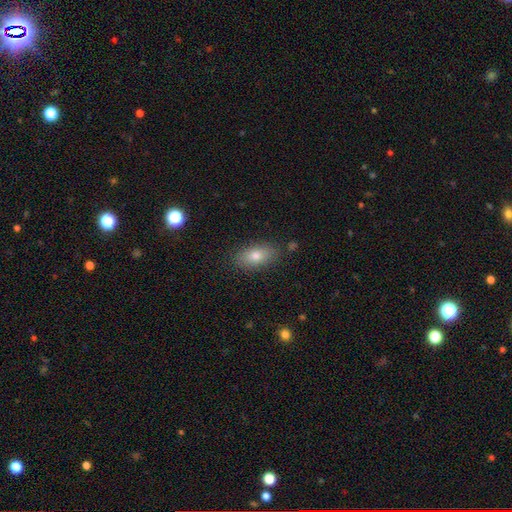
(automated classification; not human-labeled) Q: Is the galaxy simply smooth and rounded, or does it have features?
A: smooth — 75%.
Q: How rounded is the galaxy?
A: in between — 86%.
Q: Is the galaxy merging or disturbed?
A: none — 85%.